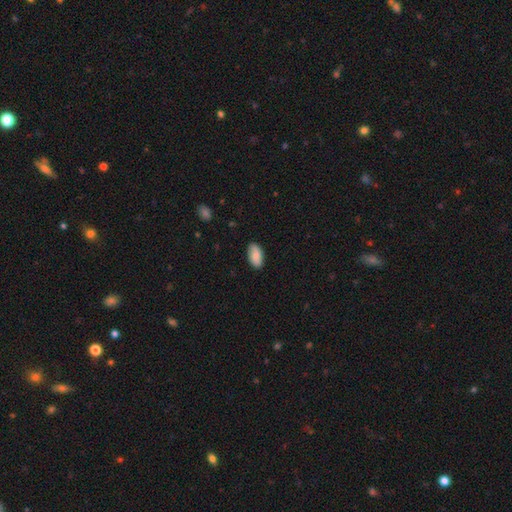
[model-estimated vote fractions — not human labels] Morphology: type=smooth (81%); roundness=in between (94%); merging=none (84%).